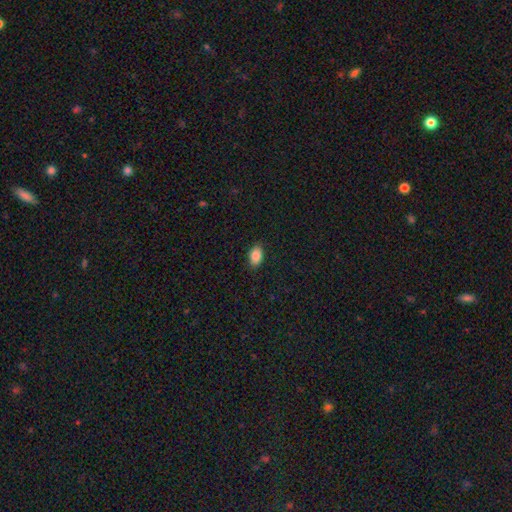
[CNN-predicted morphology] Overall: smooth (86%). How rounded: in between (90%). Merging: none (88%).